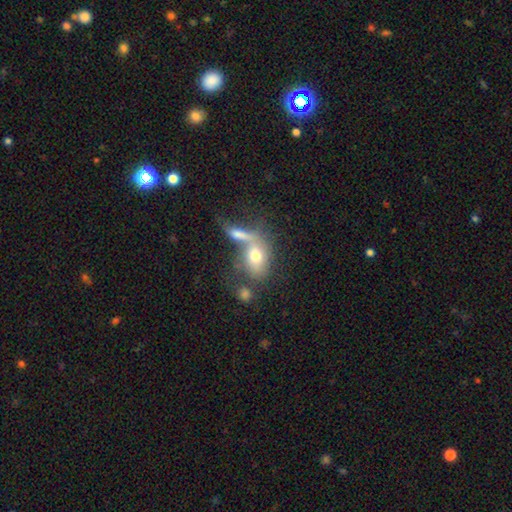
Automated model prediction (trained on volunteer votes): A smooth galaxy with no disk features (68%) that is in between round and cigar-shaped (76%).

Vote fractions:
- Smooth or featured? smooth: 68% / featured or disk: 23% / star or artifact: 9%
- How rounded? in between: 76% / round: 19% / cigar-shaped: 5%
- Merging? merger: 46% / none: 32% / minor disturbance: 12% / major disturbance: 10%